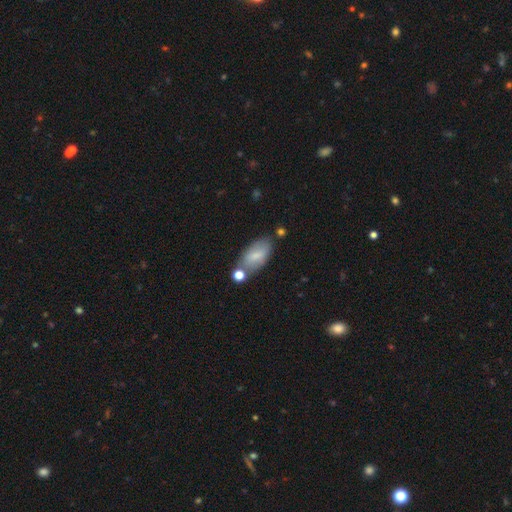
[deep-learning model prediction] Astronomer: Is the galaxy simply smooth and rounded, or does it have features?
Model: smooth — 73%.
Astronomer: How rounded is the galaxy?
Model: in between — 90%.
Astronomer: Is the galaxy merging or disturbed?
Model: none — 64%.